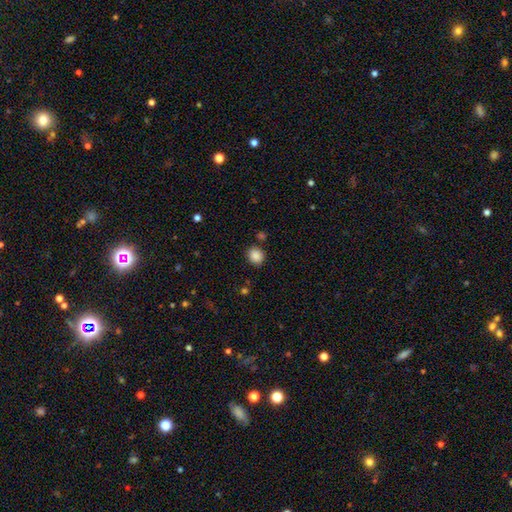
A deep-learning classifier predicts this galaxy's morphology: This is clearly a smooth galaxy (88%). How rounded: likely round (73%). Merging: clearly none (85%).